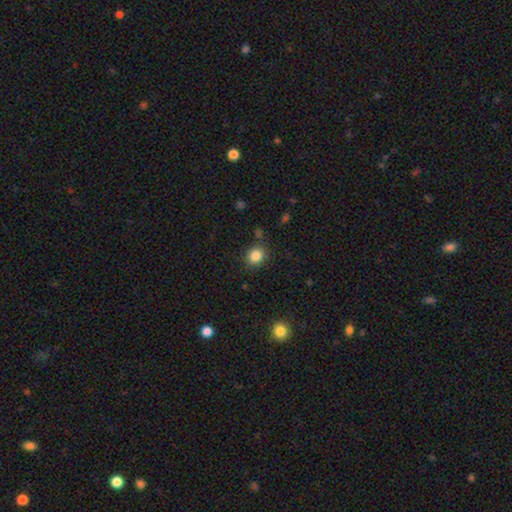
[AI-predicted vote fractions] This appears to be a smooth galaxy with no disk features (84%) that is round (74%). Merging: none (83%).